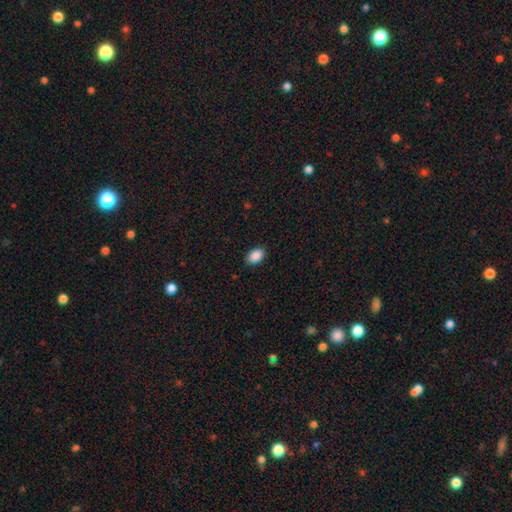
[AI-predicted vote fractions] This is clearly a smooth galaxy (90%). How rounded: clearly in between (89%). Merging: clearly none (87%).